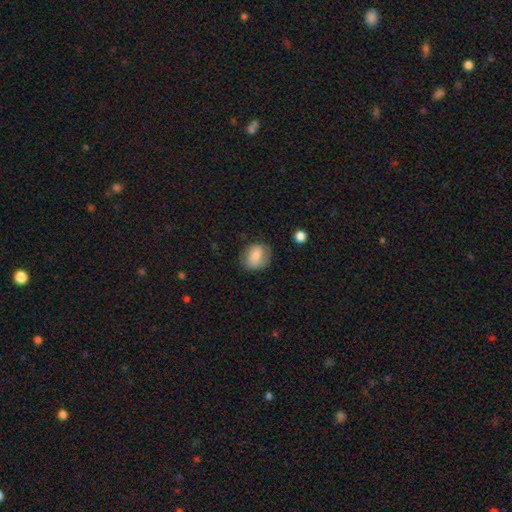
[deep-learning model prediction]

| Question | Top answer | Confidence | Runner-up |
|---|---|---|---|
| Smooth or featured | smooth | 73% | featured or disk (19%) |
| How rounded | round | 59% | in between (40%) |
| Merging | none | 71% | minor disturbance (21%) |